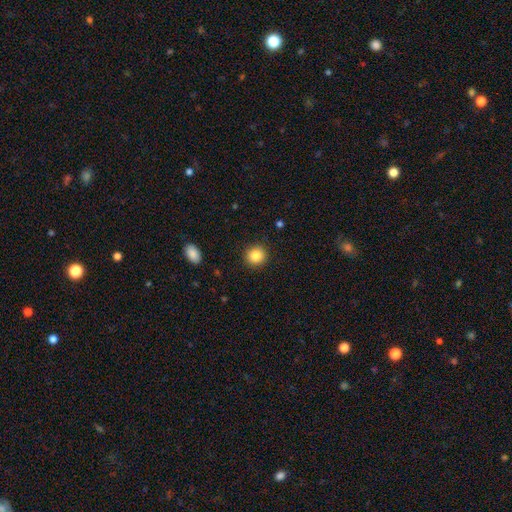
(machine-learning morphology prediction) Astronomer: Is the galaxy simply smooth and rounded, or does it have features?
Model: smooth — 85%.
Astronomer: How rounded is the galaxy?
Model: round — 91%.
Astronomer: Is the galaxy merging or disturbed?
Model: none — 91%.